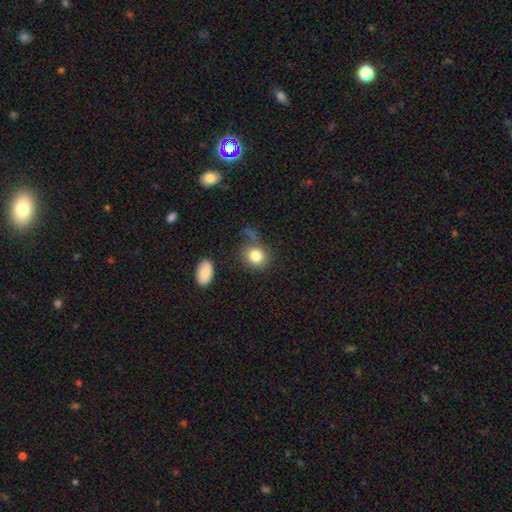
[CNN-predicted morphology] Q: Smooth or featured?
A: smooth (83%); runner-up: star or artifact (9%)
Q: How rounded?
A: round (76%); runner-up: in between (23%)
Q: Merging?
A: none (61%); runner-up: minor disturbance (18%)